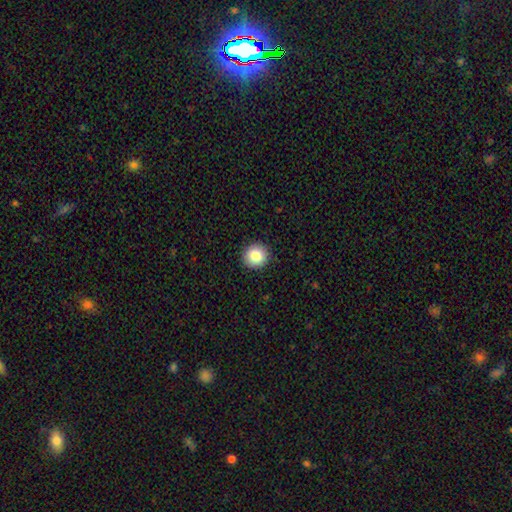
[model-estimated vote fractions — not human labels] A smooth galaxy with no disk features (84%) that is round (93%). Merging: none (93%).